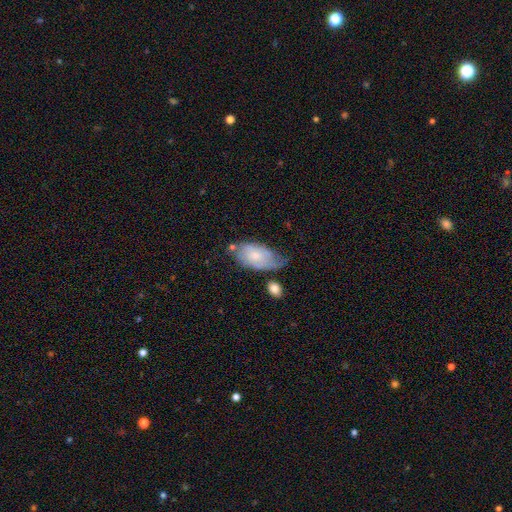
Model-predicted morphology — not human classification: type=smooth (49%); merging=none (37%).